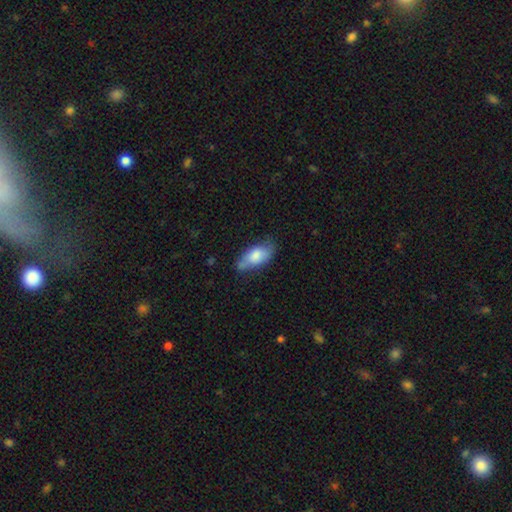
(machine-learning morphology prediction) Smooth or featured? smooth (73%)
How rounded? in between (86%)
Merging? none (59%)